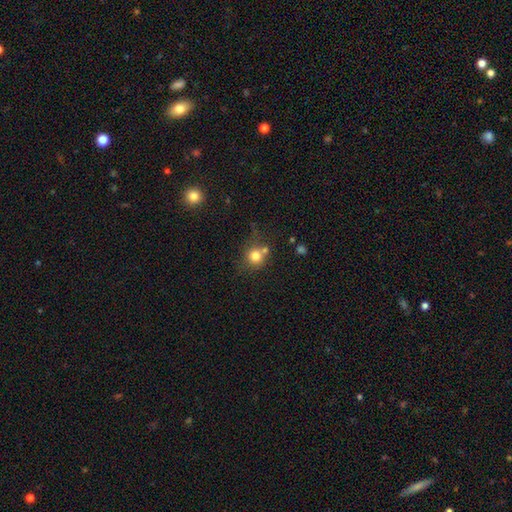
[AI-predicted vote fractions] smooth 78%, star or artifact 12%, featured or disk 9%. Down the decision tree: how rounded — round (88%); merging — none (59%).